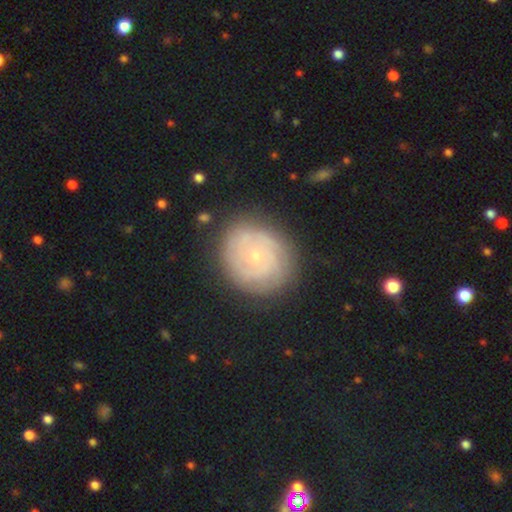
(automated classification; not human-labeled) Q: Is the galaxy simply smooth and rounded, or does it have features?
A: featured or disk — 74%.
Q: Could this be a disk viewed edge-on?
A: no — 98%.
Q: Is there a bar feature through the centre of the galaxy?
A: no — 78%.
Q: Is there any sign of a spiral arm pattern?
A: yes — 92%.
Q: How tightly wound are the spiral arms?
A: tight — 79%.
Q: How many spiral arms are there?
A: can't tell — 35%.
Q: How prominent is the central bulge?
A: small — 81%.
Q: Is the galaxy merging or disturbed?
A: none — 82%.